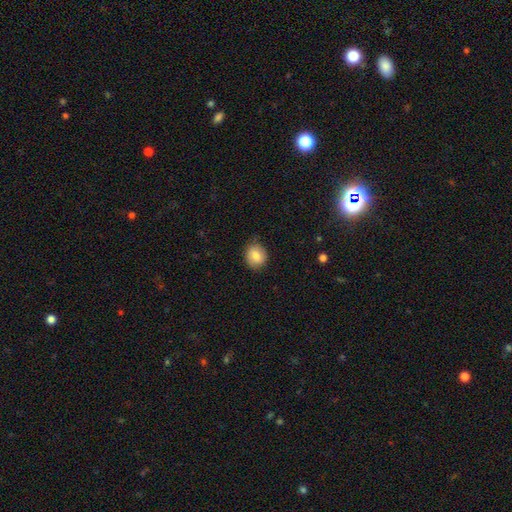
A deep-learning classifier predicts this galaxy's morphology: smooth-or-featured: smooth: 80% | featured or disk: 12% | star or artifact: 8%
  how-rounded: round: 66% | in between: 33% | cigar-shaped: 1%
  merging: none: 78% | minor disturbance: 18% | major disturbance: 3% | merger: 1%